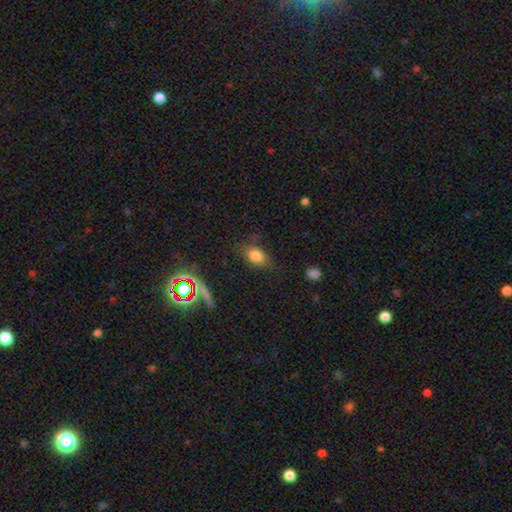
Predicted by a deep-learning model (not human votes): Smooth or featured: smooth — 78% (star or artifact — 12%)
How rounded: in between — 79% (round — 17%)
Merging: none — 70% (minor disturbance — 21%)